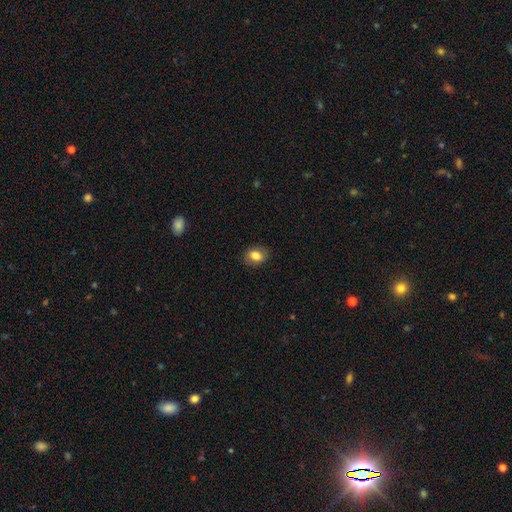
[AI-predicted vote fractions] smooth-or-featured: smooth: 81% | featured or disk: 11% | star or artifact: 9%
  how-rounded: in between: 70% | round: 29% | cigar-shaped: 1%
  merging: none: 85% | minor disturbance: 11% | major disturbance: 3% | merger: 1%